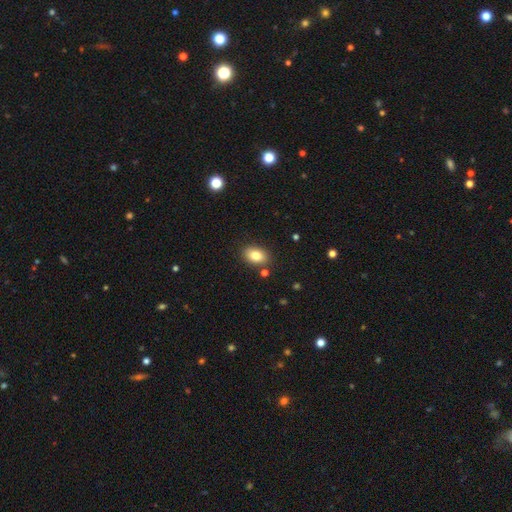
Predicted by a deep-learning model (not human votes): Smooth or featured? smooth (81%)
How rounded? in between (83%)
Merging? none (84%)